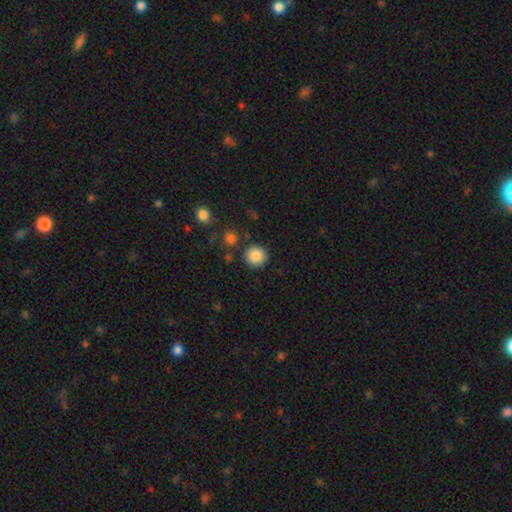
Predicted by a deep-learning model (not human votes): This appears to be a smooth galaxy with no disk features (87%) that is round (94%). Merging: none (88%).